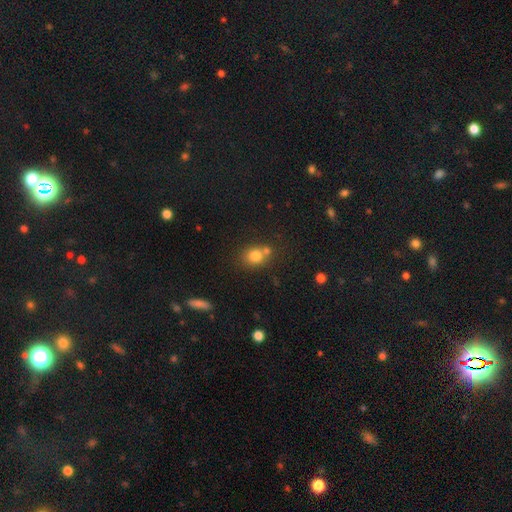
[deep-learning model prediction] A smooth galaxy with no disk features (78%) that is round (72%). Merging: none (54%).